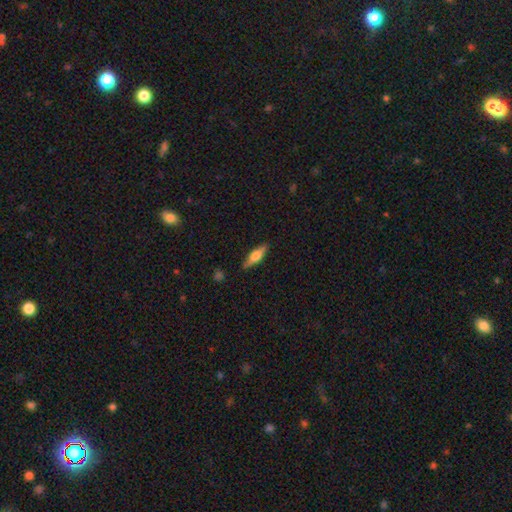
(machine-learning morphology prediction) type=smooth (57%); roundness=cigar-shaped (57%); merging=none (85%).